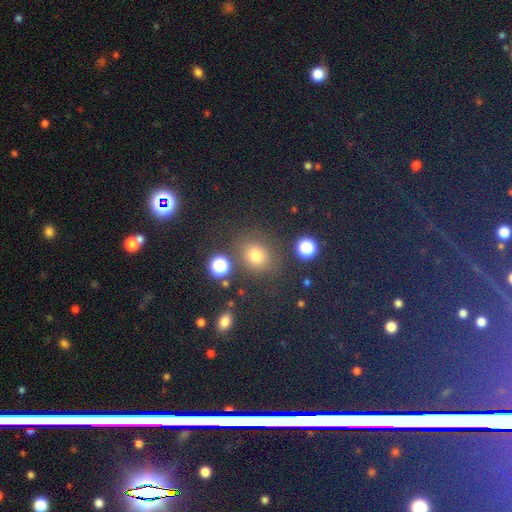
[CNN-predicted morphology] This appears to be a smooth galaxy with no disk features (66%) that is round (70%). Merging: none (79%).